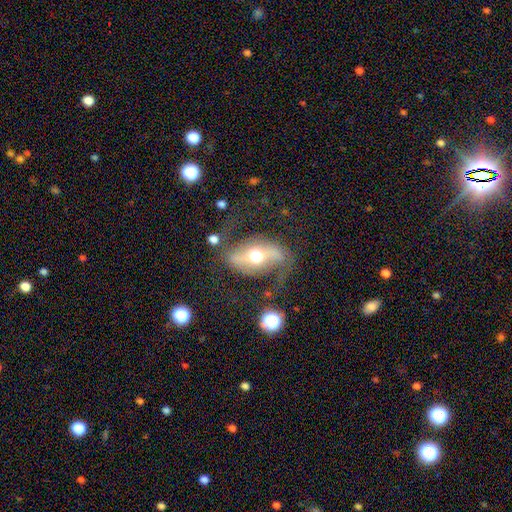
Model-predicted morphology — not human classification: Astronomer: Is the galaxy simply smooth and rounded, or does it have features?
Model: featured or disk — 78%.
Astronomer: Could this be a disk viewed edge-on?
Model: no — 91%.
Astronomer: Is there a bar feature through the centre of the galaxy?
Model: strong — 54%.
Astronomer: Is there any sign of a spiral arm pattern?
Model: yes — 81%.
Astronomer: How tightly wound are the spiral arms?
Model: loose — 66%.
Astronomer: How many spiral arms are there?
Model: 2 — 91%.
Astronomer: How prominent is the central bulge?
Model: moderate — 73%.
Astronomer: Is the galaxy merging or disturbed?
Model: none — 65%.